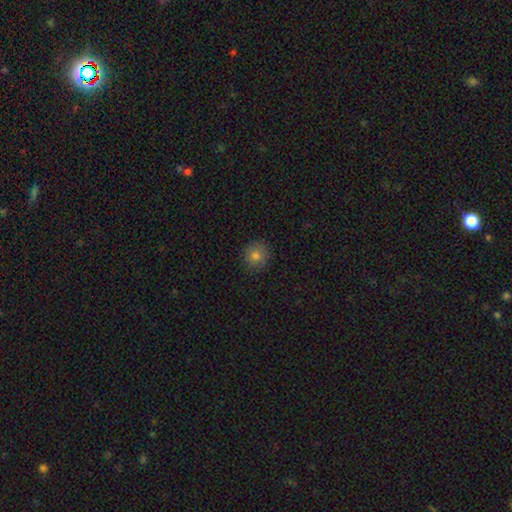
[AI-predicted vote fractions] Morphology: type=smooth (79%); roundness=round (90%); merging=none (89%).